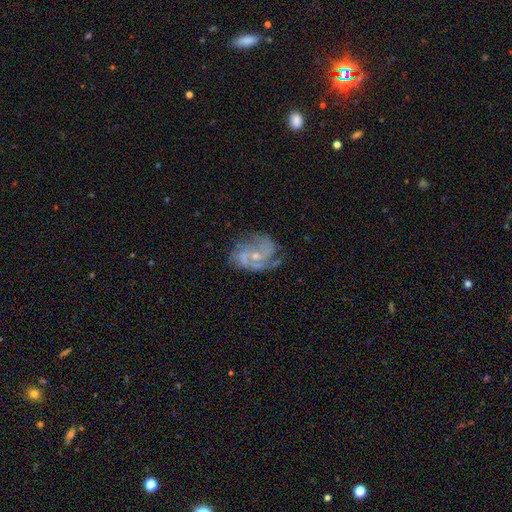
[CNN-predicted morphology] Q: Smooth or featured?
A: featured or disk (84%); runner-up: smooth (9%)
Q: Edge-on disk?
A: no (98%); runner-up: yes (2%)
Q: Bar?
A: no (59%); runner-up: weak (34%)
Q: Spiral arms?
A: yes (93%); runner-up: no (7%)
Q: Spiral winding?
A: medium (49%); runner-up: tight (30%)
Q: Spiral arm count?
A: 2 (53%); runner-up: 3 (18%)
Q: Bulge size?
A: small (59%); runner-up: moderate (35%)
Q: Merging?
A: none (60%); runner-up: minor disturbance (23%)